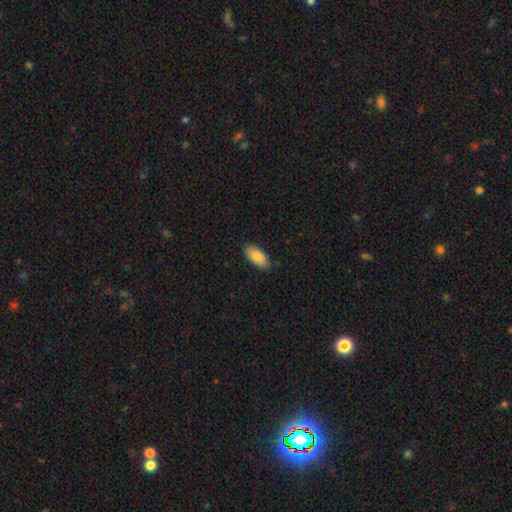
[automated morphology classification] Smooth or featured? Predicted: smooth (p=0.85). How rounded? Predicted: in between (p=0.92). Merging? Predicted: none (p=0.84).